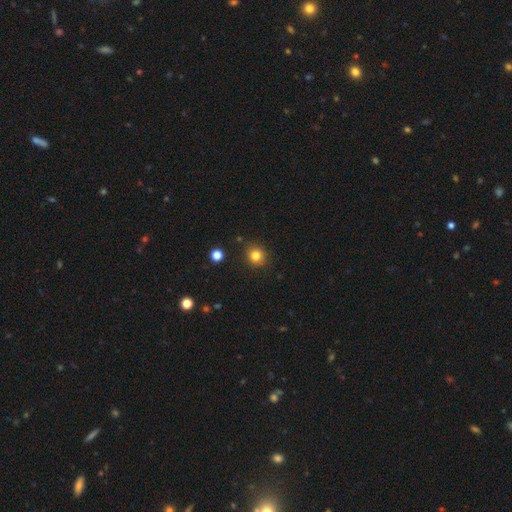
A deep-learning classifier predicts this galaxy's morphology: Overall: smooth (81%). How rounded: round (87%). Merging: none (87%).